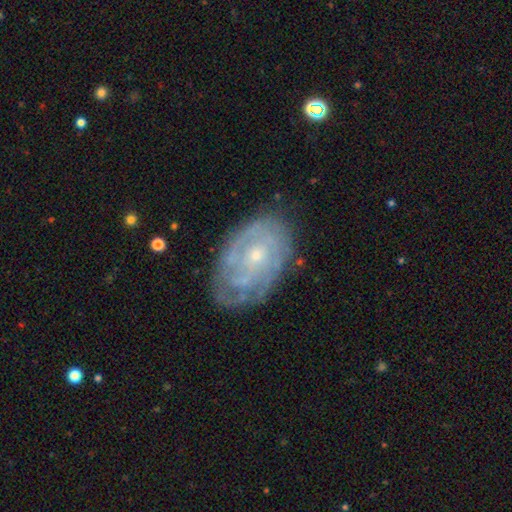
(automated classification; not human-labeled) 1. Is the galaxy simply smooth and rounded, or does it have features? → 79% featured or disk, 15% smooth, 6% star or artifact.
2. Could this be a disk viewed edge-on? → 96% no, 4% yes.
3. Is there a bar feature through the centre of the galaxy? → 77% no, 19% weak, 3% strong.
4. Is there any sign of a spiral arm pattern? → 84% yes, 16% no.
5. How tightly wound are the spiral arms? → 70% tight, 23% medium, 7% loose.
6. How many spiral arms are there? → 51% can't tell, 20% 2, 13% 3, 7% 4, 5% 1, 4% more than 4.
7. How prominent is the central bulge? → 70% small, 26% moderate, 2% none, 1% large, 1% dominant.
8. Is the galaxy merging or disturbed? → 70% none, 21% minor disturbance, 7% major disturbance, 2% merger.